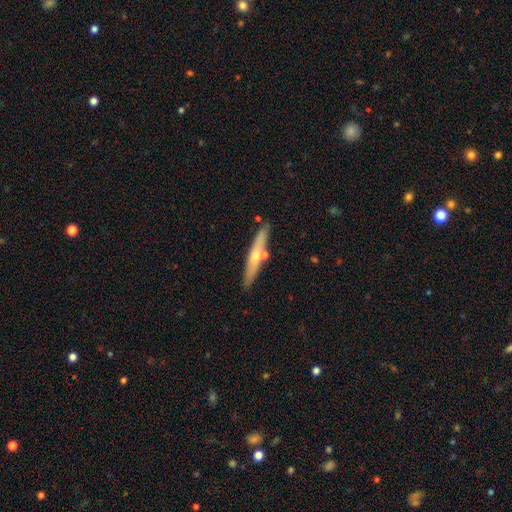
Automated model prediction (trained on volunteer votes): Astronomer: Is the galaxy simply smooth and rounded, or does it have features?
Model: featured or disk — 48% (runner-up: smooth, 46%).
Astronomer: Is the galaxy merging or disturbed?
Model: none — 80%.